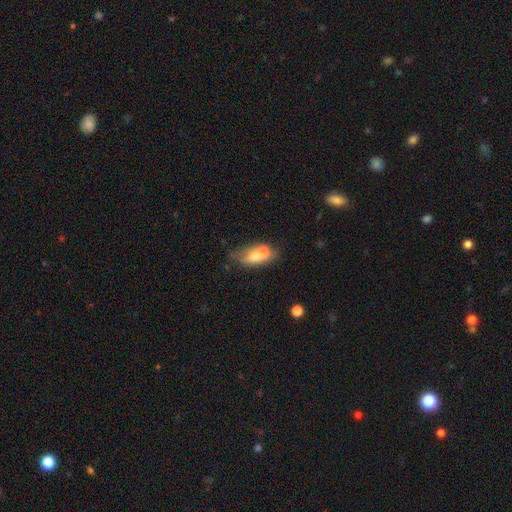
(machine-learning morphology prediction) This appears to be a smooth galaxy with no disk features (60%) that is in between round and cigar-shaped (75%). Merging: merger (46%).